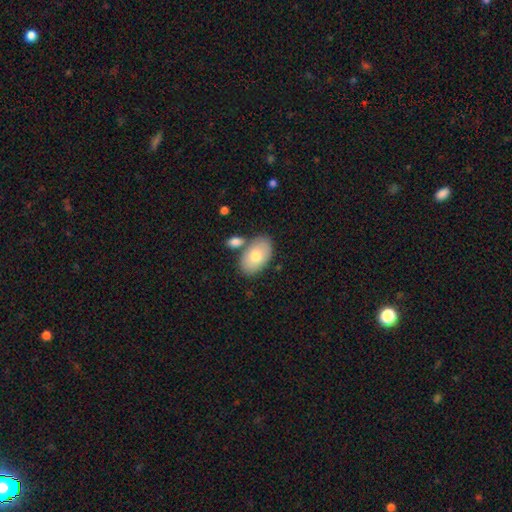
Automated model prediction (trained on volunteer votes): Smooth or featured? Predicted: smooth (p=0.75). How rounded? Predicted: in between (p=0.93). Merging? Predicted: none (p=0.69).